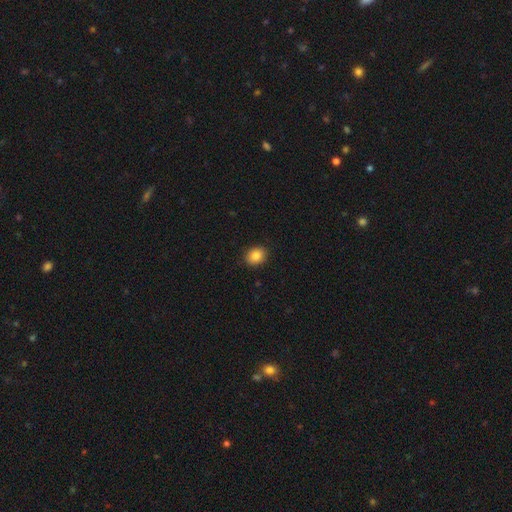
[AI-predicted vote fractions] Smooth or featured? smooth (86%)
How rounded? round (56%)
Merging? none (90%)